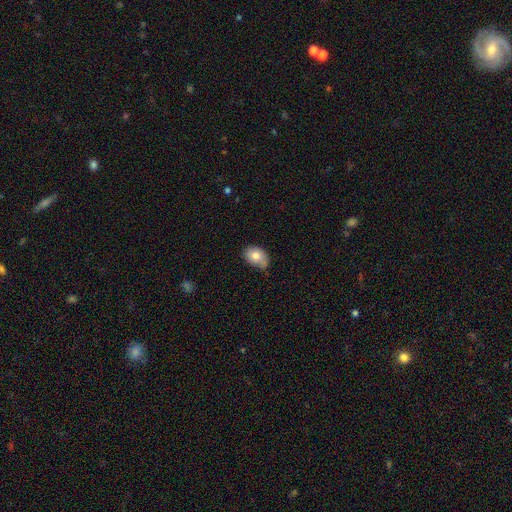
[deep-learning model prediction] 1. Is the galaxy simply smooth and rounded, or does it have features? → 78% smooth, 14% featured or disk, 8% star or artifact.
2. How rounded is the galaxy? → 77% in between, 22% round, 1% cigar-shaped.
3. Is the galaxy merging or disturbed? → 53% none, 37% minor disturbance, 6% major disturbance, 3% merger.